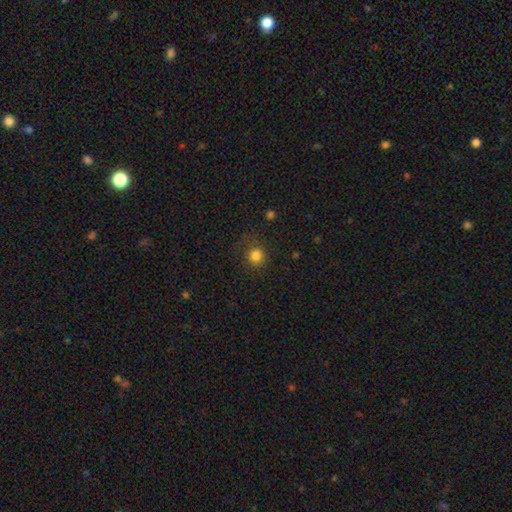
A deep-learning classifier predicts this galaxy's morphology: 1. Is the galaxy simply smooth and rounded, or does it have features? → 82% smooth, 13% star or artifact, 5% featured or disk.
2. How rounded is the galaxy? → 90% round, 9% in between, 1% cigar-shaped.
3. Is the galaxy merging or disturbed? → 81% none, 12% minor disturbance, 6% major disturbance, 1% merger.